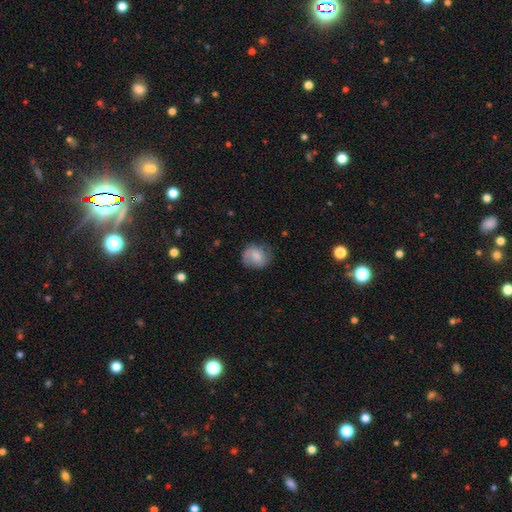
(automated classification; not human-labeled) Smooth or featured? Predicted: smooth (p=0.58). How rounded? Predicted: round (p=0.69). Merging? Predicted: none (p=0.66).